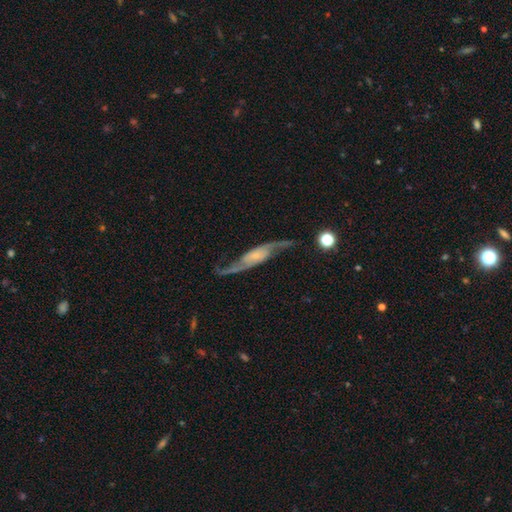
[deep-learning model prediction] Smooth or featured?
  - featured or disk: 87% *
  - smooth: 7%
  - star or artifact: 5%
Edge-on disk?
  - no: 85% *
  - yes: 15%
Bar?
  - no: 54% *
  - weak: 31%
  - strong: 15%
Spiral arms?
  - yes: 97% *
  - no: 3%
Spiral winding?
  - loose: 72% *
  - medium: 22%
  - tight: 6%
Spiral arm count?
  - 2: 93% *
  - can't tell: 2%
  - 1: 2%
  - 3: 1%
  - 4: 1%
  - more than 4: 1%
Bulge size?
  - small: 60% *
  - moderate: 20%
  - none: 15%
  - large: 4%
  - dominant: 2%
Merging?
  - none: 71% *
  - minor disturbance: 17%
  - major disturbance: 10%
  - merger: 3%